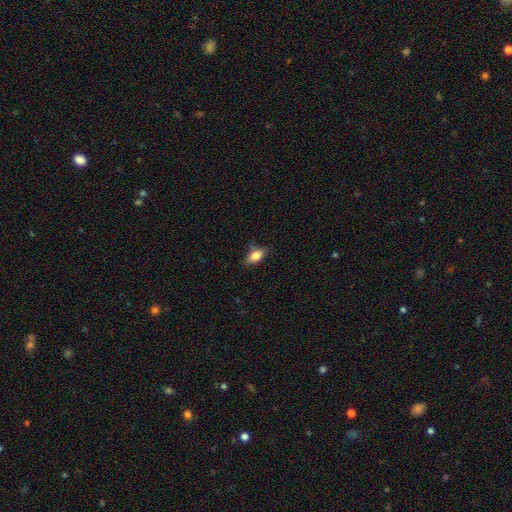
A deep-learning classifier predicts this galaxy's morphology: Smooth or featured? smooth (79%)
How rounded? in between (85%)
Merging? none (74%)